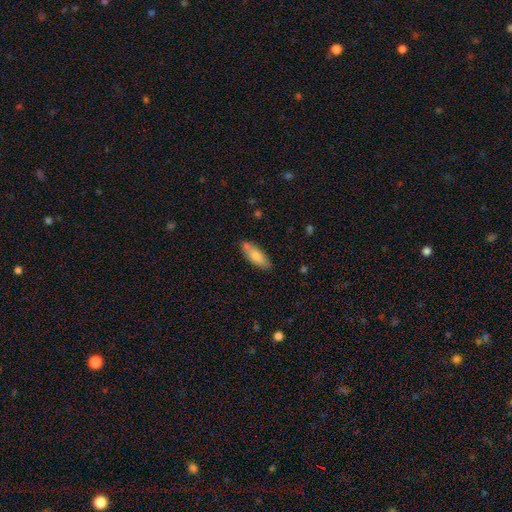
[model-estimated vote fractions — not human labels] This is likely a smooth galaxy (77%). How rounded: likely in between (70%). Merging: likely none (72%).